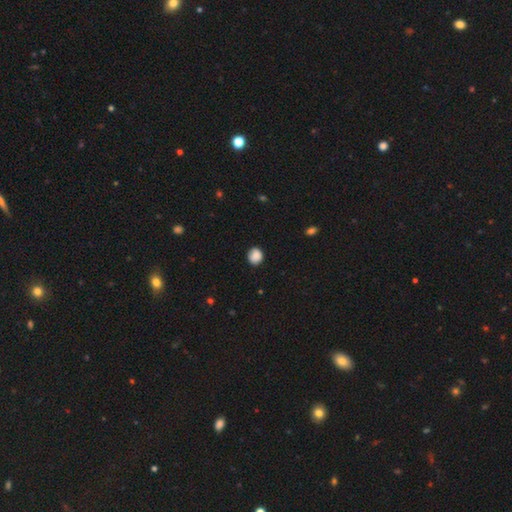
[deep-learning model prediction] smooth_or_featured: smooth (p=0.88) [alt: star or artifact p=0.09]
how_rounded: round (p=0.80) [alt: in between p=0.19]
merging: none (p=0.85) [alt: minor disturbance p=0.12]